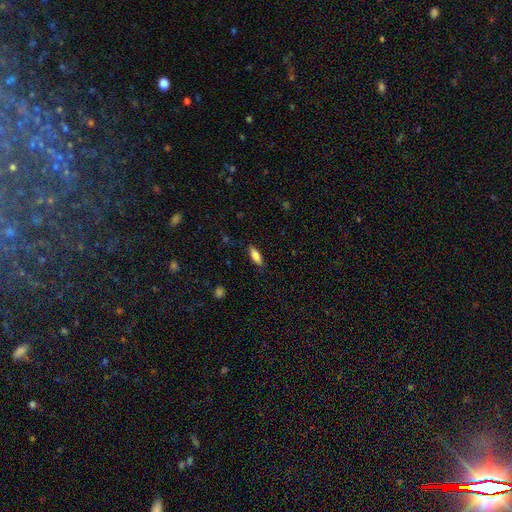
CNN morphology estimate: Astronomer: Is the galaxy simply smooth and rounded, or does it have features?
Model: smooth — 74%.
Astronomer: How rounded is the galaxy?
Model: in between — 62%.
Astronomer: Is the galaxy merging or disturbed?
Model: none — 85%.